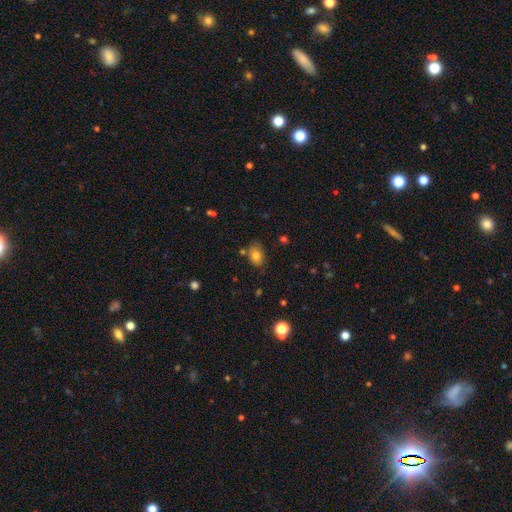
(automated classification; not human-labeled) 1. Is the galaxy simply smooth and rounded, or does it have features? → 78% smooth, 11% star or artifact, 11% featured or disk.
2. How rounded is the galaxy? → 76% in between, 23% round, 1% cigar-shaped.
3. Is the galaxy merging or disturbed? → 73% none, 17% minor disturbance, 6% merger, 4% major disturbance.